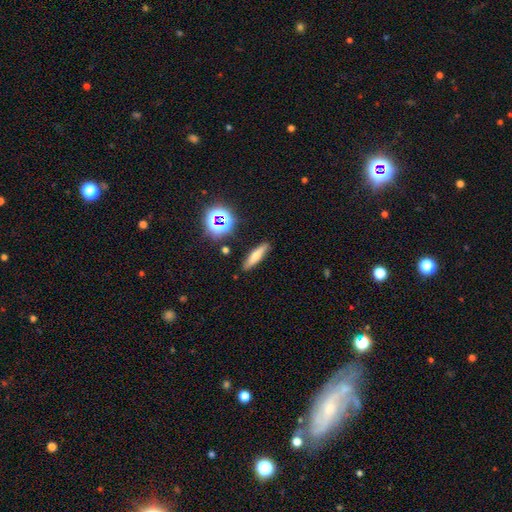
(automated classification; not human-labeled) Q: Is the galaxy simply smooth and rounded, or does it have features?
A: smooth — 62%.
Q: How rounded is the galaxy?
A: cigar-shaped — 75%.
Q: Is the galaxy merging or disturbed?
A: none — 86%.